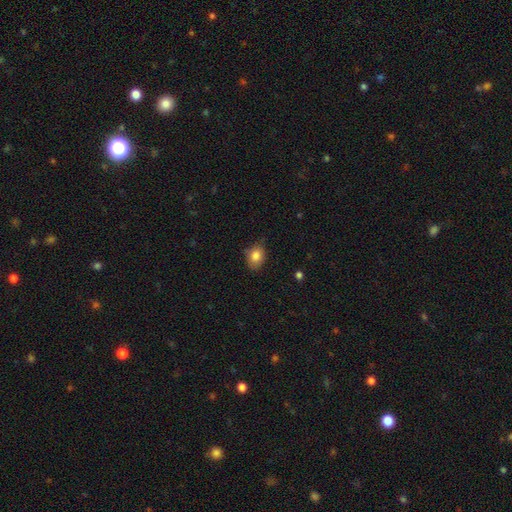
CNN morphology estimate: A smooth galaxy with no disk features (84%) that is in between round and cigar-shaped (68%). Merging: none (72%).